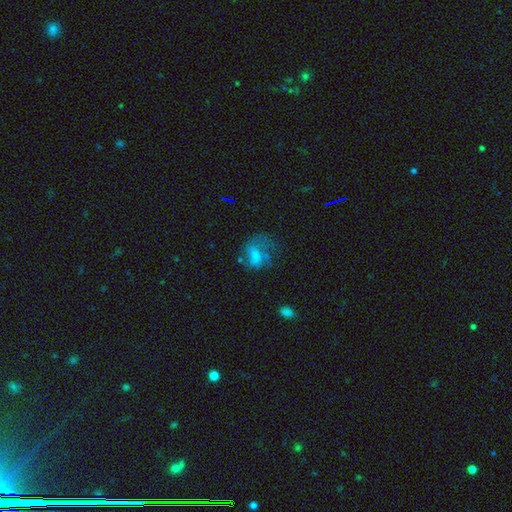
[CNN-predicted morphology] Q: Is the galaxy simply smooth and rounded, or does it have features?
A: smooth — 49%.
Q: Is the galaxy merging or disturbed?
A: major disturbance — 40%.